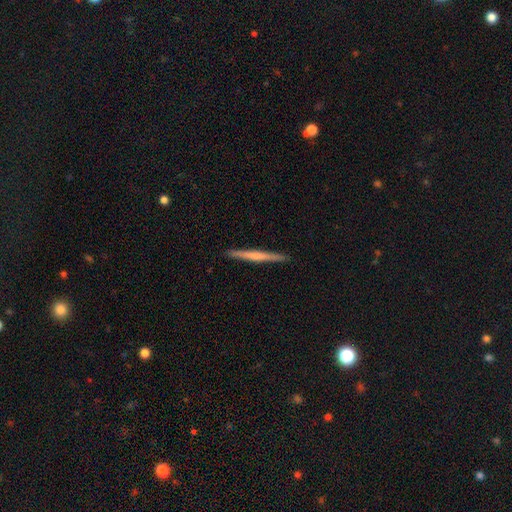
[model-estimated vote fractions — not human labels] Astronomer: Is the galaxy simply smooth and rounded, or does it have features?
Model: featured or disk — 51% (runner-up: smooth, 43%).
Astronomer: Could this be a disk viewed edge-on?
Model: yes — 98%.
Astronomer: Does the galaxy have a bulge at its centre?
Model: none — 62%.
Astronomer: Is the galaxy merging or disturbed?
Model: none — 91%.